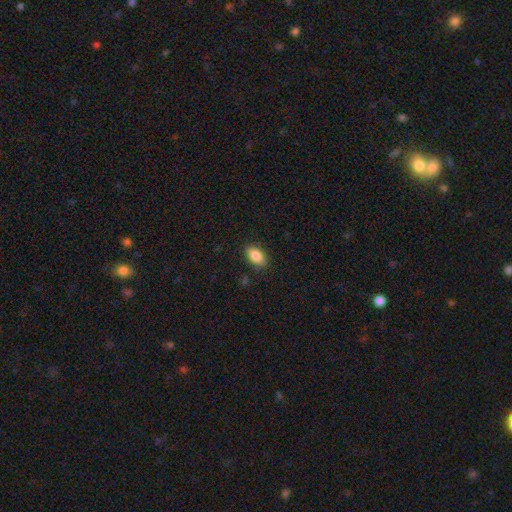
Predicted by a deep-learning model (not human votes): Smooth or featured?
  - smooth: 86% *
  - star or artifact: 8%
  - featured or disk: 6%
How rounded?
  - in between: 91% *
  - round: 6%
  - cigar-shaped: 4%
Merging?
  - none: 86% *
  - minor disturbance: 10%
  - major disturbance: 2%
  - merger: 1%